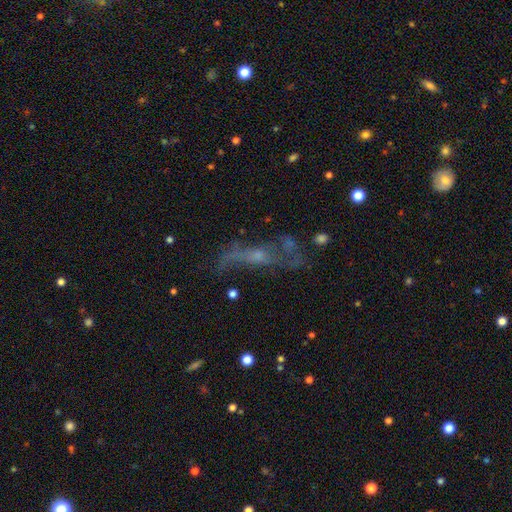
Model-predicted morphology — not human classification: Overall: featured or disk (57%; smooth 25%). Edge-on disk: no (69%; yes 31%). Merging: none (42%; major disturbance 28%).